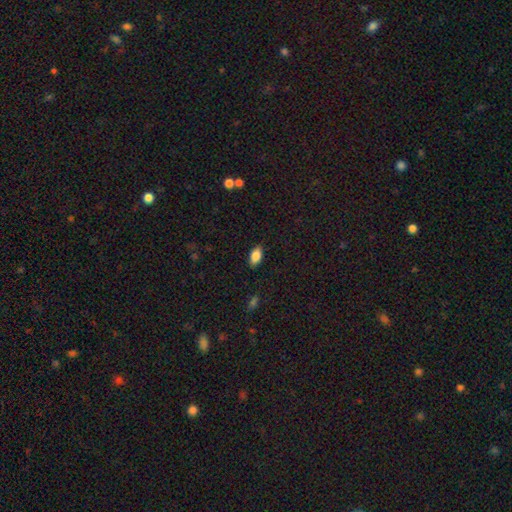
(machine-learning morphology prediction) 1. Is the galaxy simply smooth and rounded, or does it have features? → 84% smooth, 8% featured or disk, 8% star or artifact.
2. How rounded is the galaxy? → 91% in between, 5% cigar-shaped, 4% round.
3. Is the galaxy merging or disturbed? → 86% none, 10% minor disturbance, 2% major disturbance, 1% merger.